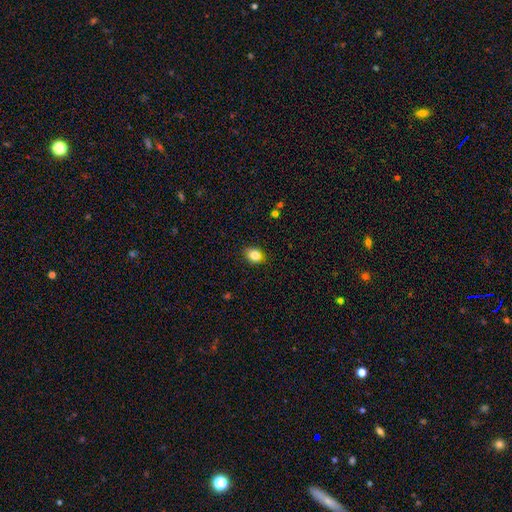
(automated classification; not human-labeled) Smooth or featured: smooth — 83% (star or artifact — 11%)
How rounded: in between — 54% (round — 44%)
Merging: none — 84% (minor disturbance — 13%)